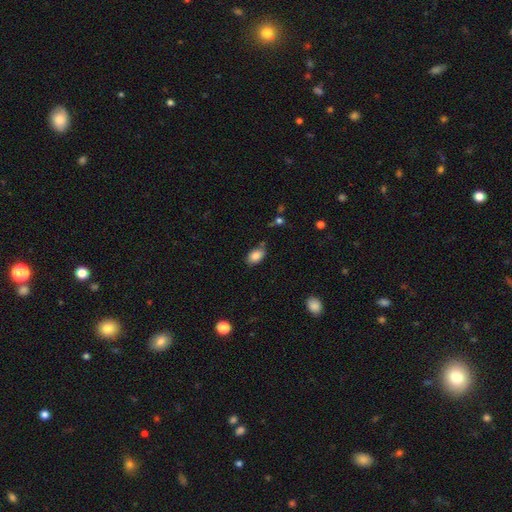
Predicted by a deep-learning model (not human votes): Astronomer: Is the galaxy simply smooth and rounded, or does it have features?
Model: smooth — 85%.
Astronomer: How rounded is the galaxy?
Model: in between — 90%.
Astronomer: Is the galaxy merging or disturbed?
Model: none — 73%.